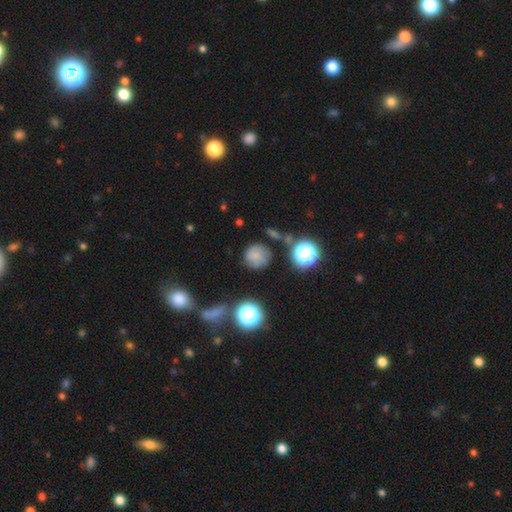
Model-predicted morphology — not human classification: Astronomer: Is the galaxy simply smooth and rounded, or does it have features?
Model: smooth — 68%.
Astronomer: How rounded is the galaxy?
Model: round — 89%.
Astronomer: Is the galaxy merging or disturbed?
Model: none — 71%.